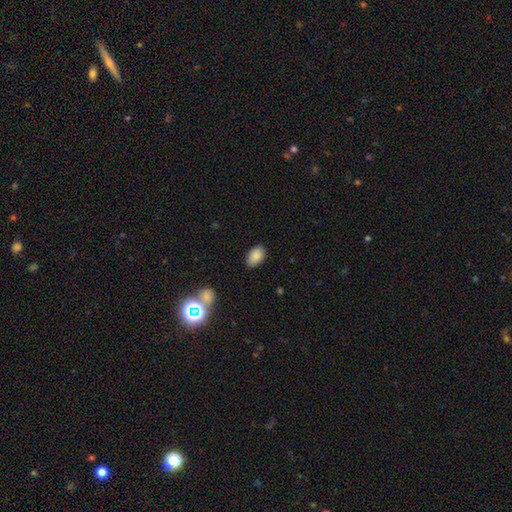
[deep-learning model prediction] This is clearly a smooth galaxy (86%). How rounded: clearly in between (90%). Merging: clearly none (81%).